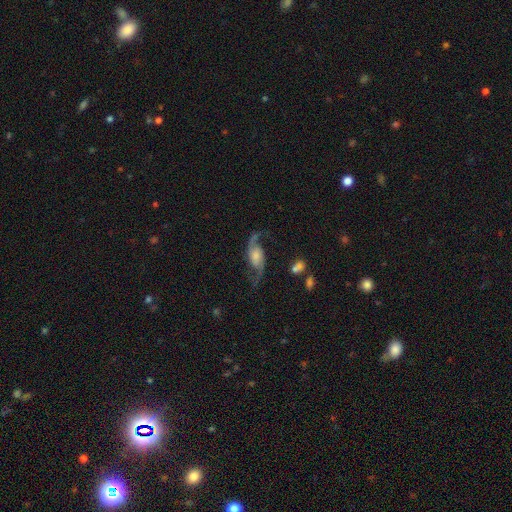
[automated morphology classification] smooth-or-featured: featured or disk: 86% | smooth: 8% | star or artifact: 6%
  disk-edge-on: no: 95% | yes: 5%
    bar: no: 54% | weak: 34% | strong: 12%
    has-spiral-arms: yes: 97% | no: 3%
      spiral-winding: loose: 73% | medium: 22% | tight: 4%
      spiral-arm-count: 2: 93% | 1: 2% | can't tell: 2% | 3: 1% | 4: 1% | more than 4: 1%
    bulge-size: moderate: 32% | small: 25% | large: 23% | none: 15% | dominant: 5%
  merging: none: 69% | minor disturbance: 15% | major disturbance: 13% | merger: 3%